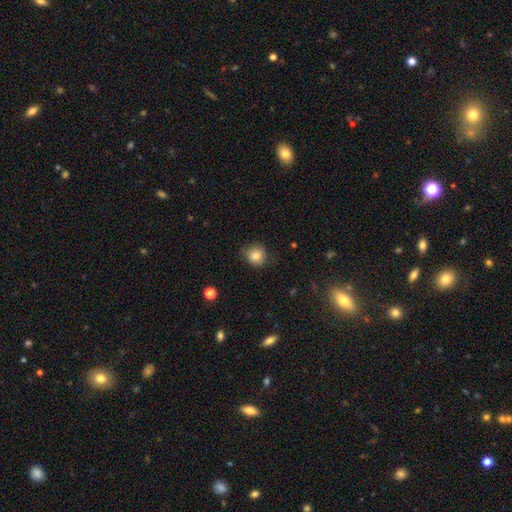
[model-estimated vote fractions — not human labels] Morphology: type=smooth (83%); roundness=round (86%); merging=none (79%).